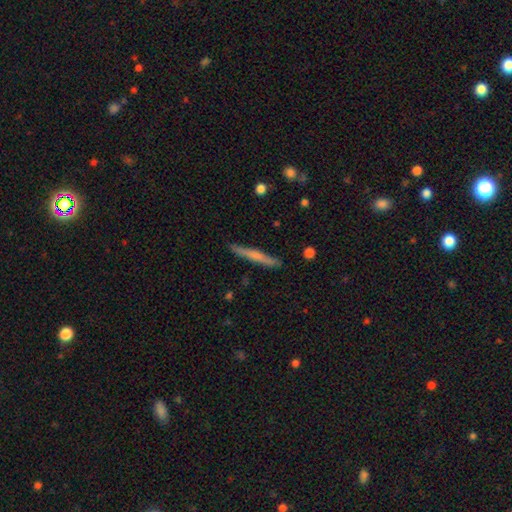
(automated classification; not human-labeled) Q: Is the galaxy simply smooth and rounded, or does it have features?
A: smooth — 52%.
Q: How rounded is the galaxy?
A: cigar-shaped — 96%.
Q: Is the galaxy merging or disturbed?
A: none — 88%.